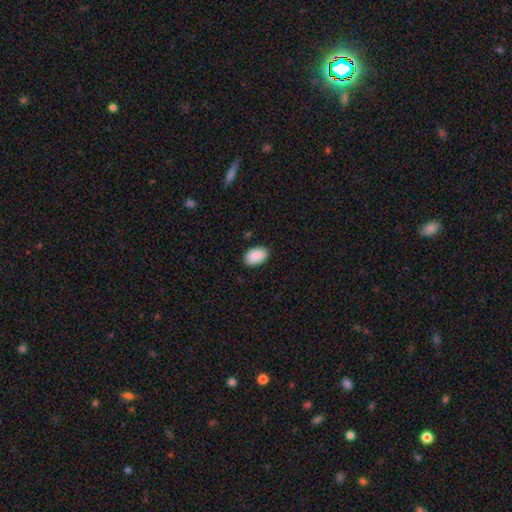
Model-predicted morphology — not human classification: This appears to be a smooth galaxy with no disk features (91%) that is in between round and cigar-shaped (91%). Merging: none (86%).